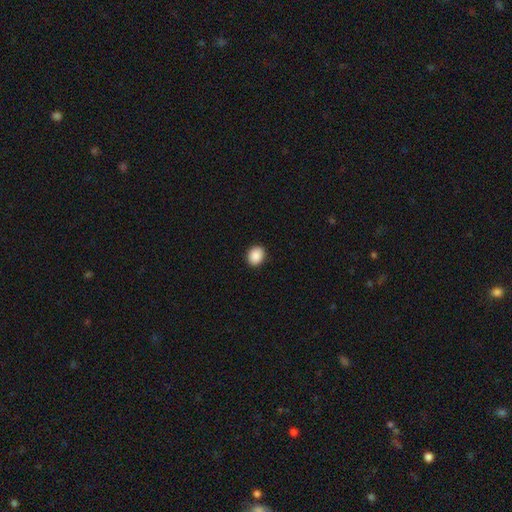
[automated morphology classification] Smooth or featured?
  - smooth: 90% *
  - star or artifact: 8%
  - featured or disk: 2%
How rounded?
  - round: 56% *
  - in between: 43%
  - cigar-shaped: 1%
Merging?
  - none: 91% *
  - minor disturbance: 6%
  - major disturbance: 2%
  - merger: 1%